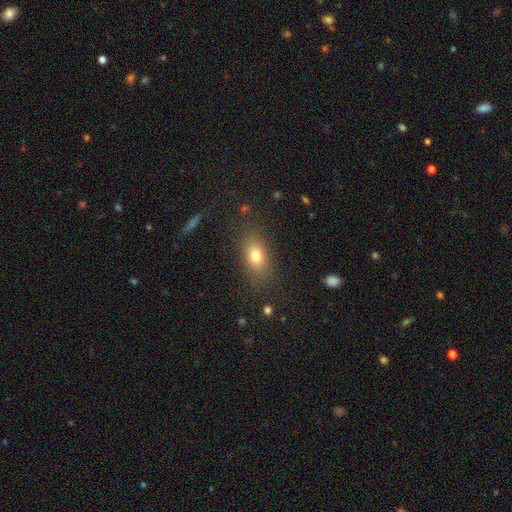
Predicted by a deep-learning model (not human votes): This appears to be a smooth galaxy with no disk features (75%) that is in between round and cigar-shaped (76%). Merging: none (82%).